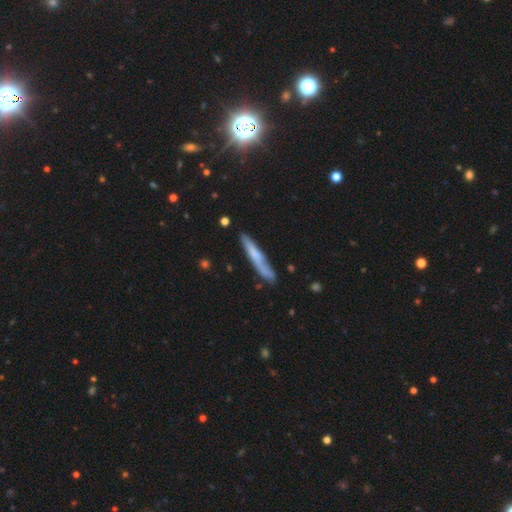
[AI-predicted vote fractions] smooth_or_featured: smooth (p=0.57) [alt: featured or disk p=0.36]
how_rounded: cigar-shaped (p=0.94) [alt: in between p=0.04]
merging: none (p=0.74) [alt: minor disturbance p=0.19]